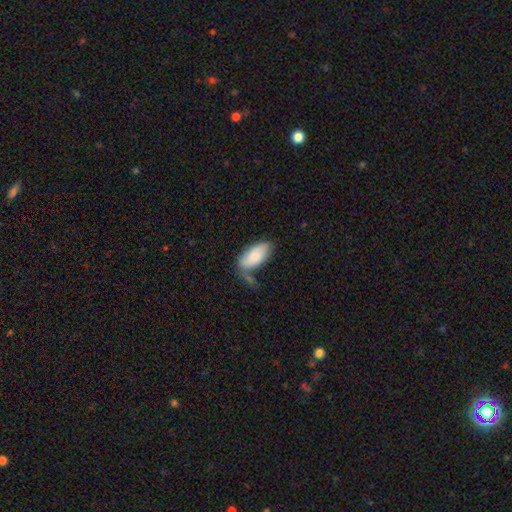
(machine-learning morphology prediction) Overall: smooth (80%). How rounded: in between (92%). Merging: none (41%; minor disturbance 30%).